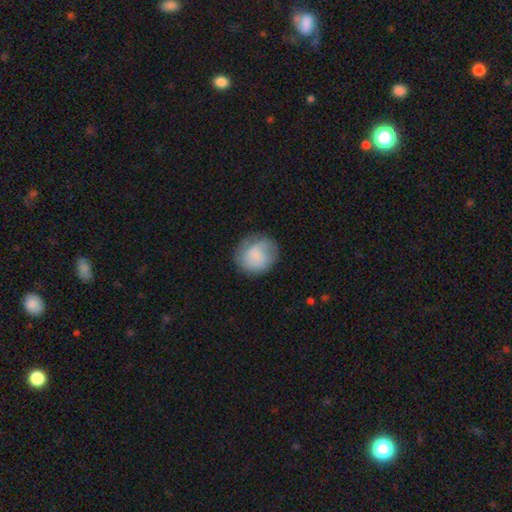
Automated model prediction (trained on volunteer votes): Smooth or featured?
  - smooth: 75% *
  - featured or disk: 18%
  - star or artifact: 7%
How rounded?
  - round: 84% *
  - in between: 15%
  - cigar-shaped: 1%
Merging?
  - none: 70% *
  - minor disturbance: 20%
  - major disturbance: 8%
  - merger: 1%